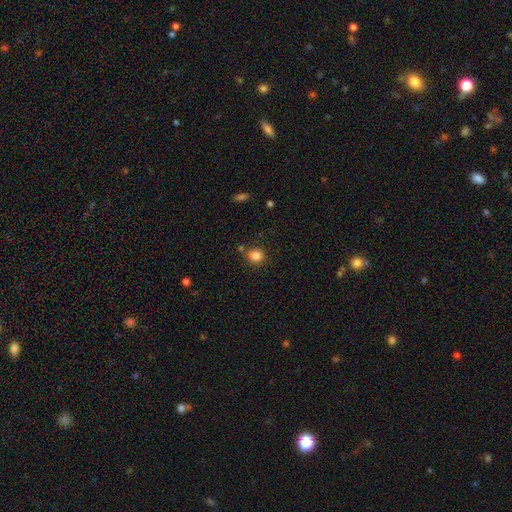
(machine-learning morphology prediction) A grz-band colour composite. It shows a smooth galaxy with no disk features (84%) that is round (85%). Merging: none (78%).